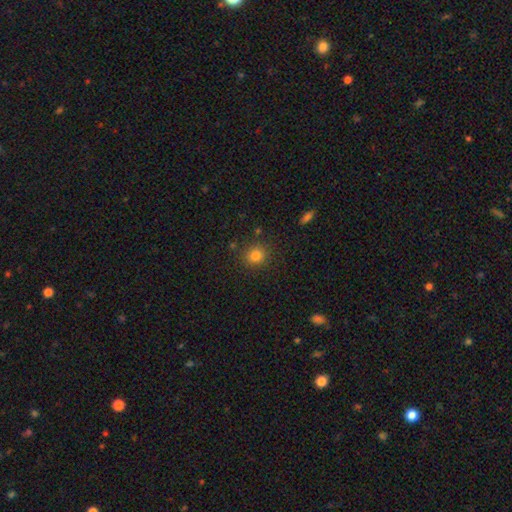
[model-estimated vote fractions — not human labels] Overall: smooth (82%). How rounded: round (84%). Merging: none (85%).